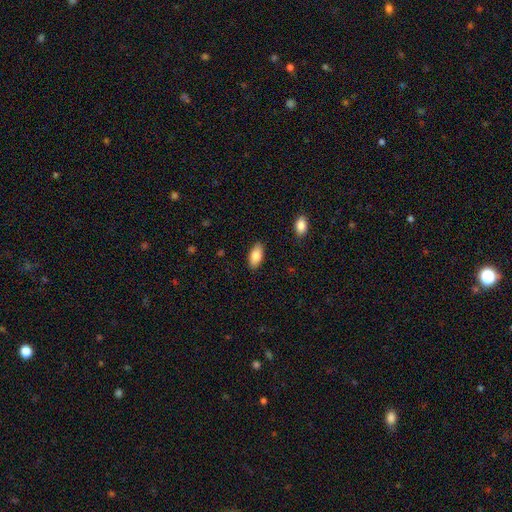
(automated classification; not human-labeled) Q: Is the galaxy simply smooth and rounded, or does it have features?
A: smooth — 82%.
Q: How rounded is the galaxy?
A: in between — 89%.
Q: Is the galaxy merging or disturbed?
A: none — 87%.